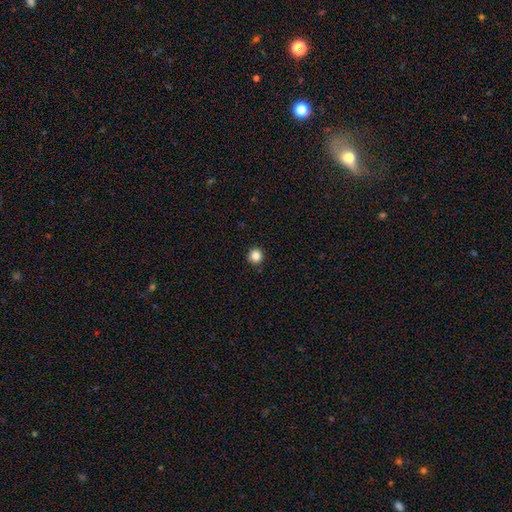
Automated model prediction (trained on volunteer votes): Smooth or featured? smooth (85%)
How rounded? round (95%)
Merging? none (91%)